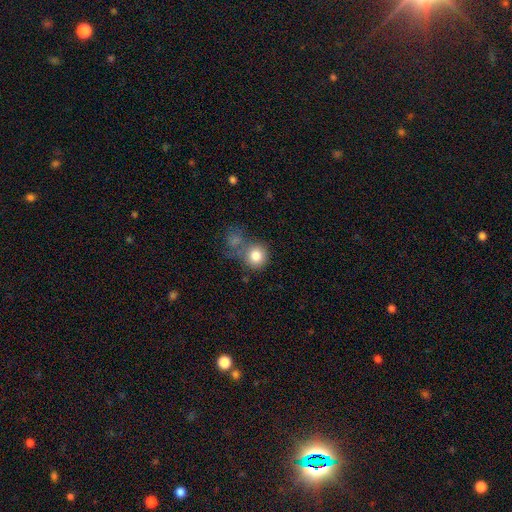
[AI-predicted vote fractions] Smooth or featured? Predicted: smooth (p=0.82). How rounded? Predicted: round (p=0.88). Merging? Predicted: none (p=0.57).